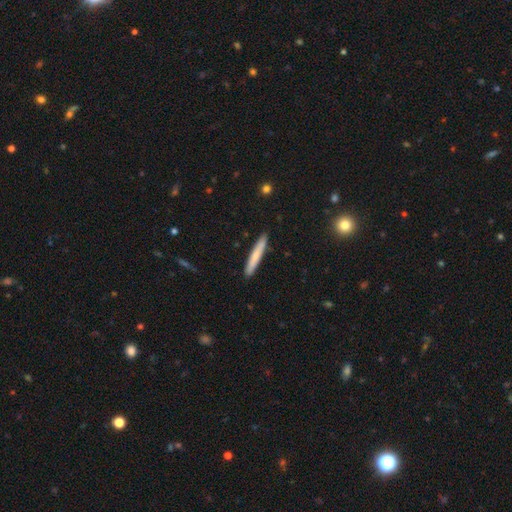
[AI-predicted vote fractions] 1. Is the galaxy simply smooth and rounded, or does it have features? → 71% smooth, 23% featured or disk, 6% star or artifact.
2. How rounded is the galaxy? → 95% cigar-shaped, 4% in between, 1% round.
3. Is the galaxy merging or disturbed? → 90% none, 7% minor disturbance, 1% major disturbance, 1% merger.